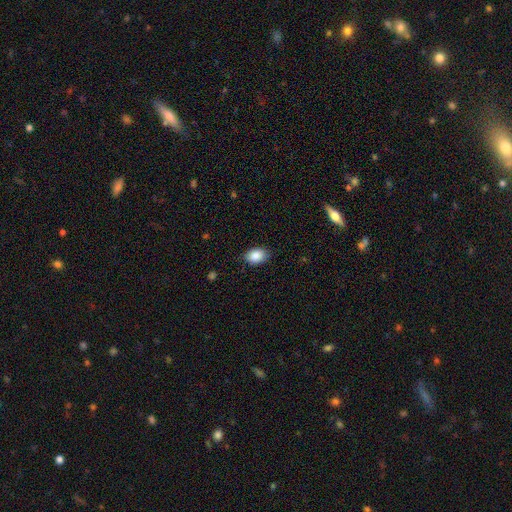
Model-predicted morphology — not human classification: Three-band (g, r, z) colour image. It shows a smooth galaxy with no disk features (88%) that is in between round and cigar-shaped (80%). Merging: none (82%).